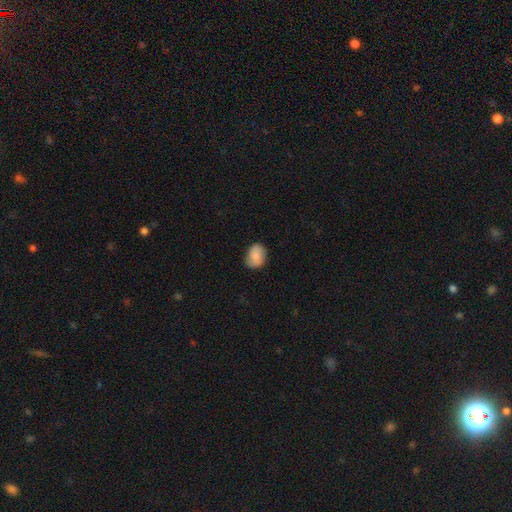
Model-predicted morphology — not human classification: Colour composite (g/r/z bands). It shows a smooth galaxy with no disk features (82%) that is in between round and cigar-shaped (67%). Merging: none (73%).